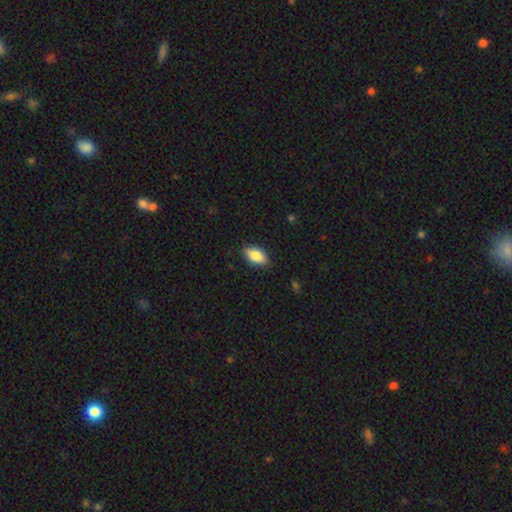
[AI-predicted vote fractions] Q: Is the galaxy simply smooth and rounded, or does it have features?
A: smooth — 83%.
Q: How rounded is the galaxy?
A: in between — 91%.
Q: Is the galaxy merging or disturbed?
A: none — 85%.